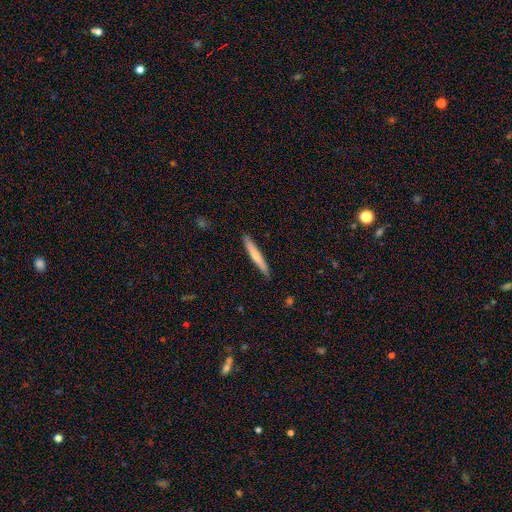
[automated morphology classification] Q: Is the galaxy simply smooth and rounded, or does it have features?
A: smooth — 65%.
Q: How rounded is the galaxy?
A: cigar-shaped — 95%.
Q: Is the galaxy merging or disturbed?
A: none — 90%.